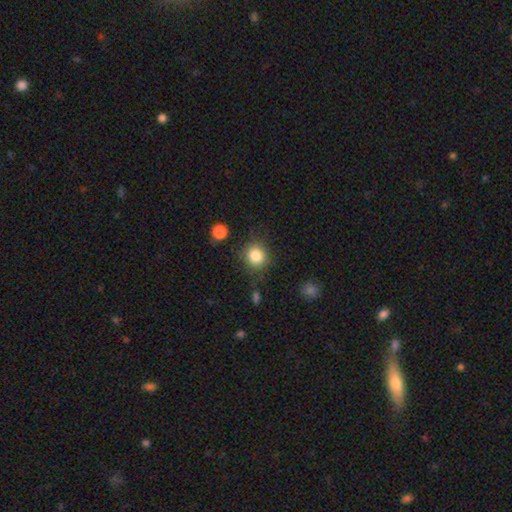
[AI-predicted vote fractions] This appears to be a smooth galaxy with no disk features (85%) that is round (86%). Merging: none (81%).